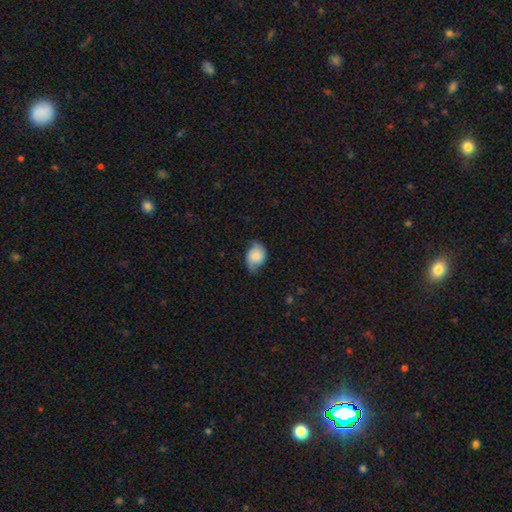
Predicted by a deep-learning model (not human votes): A smooth galaxy with no disk features (68%) that is in between round and cigar-shaped (71%).

Vote fractions:
- Smooth or featured? smooth: 68% / featured or disk: 23% / star or artifact: 8%
- How rounded? in between: 71% / round: 28% / cigar-shaped: 1%
- Merging? none: 58% / minor disturbance: 33% / major disturbance: 8% / merger: 1%